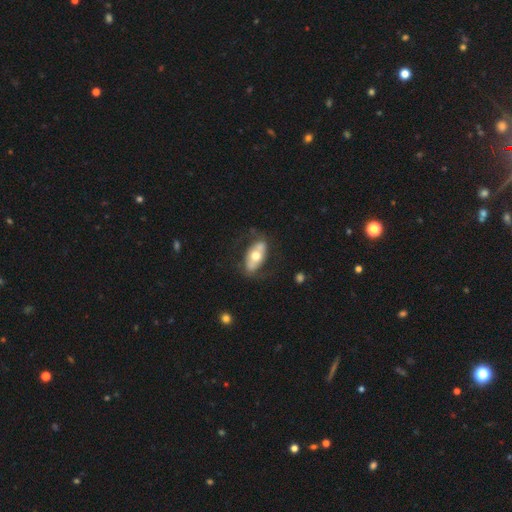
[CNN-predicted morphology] Smooth or featured: featured or disk — 49% (smooth — 46%)
Merging: none — 68% (minor disturbance — 18%)